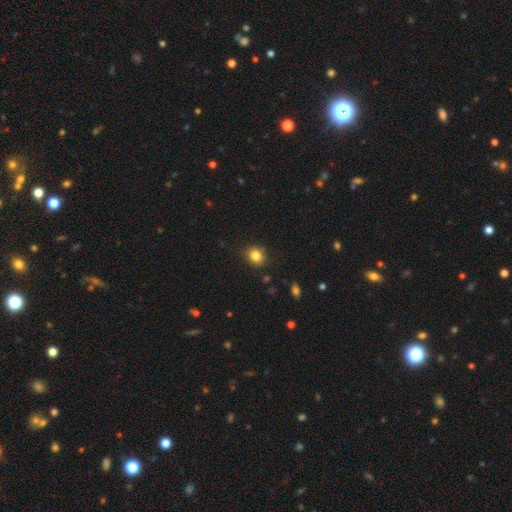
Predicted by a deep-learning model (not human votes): Smooth or featured: smooth — 83% (star or artifact — 11%)
How rounded: round — 77% (in between — 23%)
Merging: none — 87% (minor disturbance — 10%)